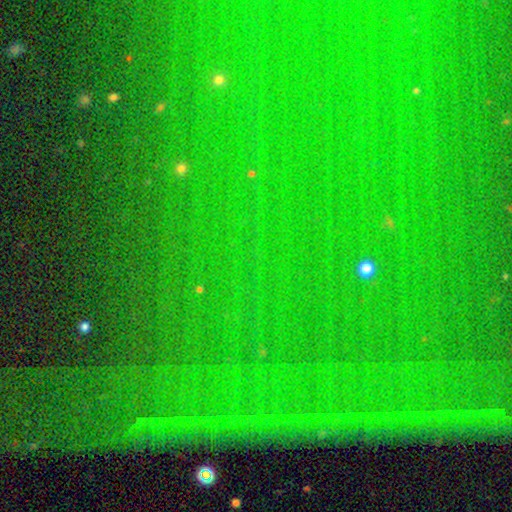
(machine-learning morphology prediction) Q: Smooth or featured?
A: star or artifact (83%); runner-up: smooth (10%)